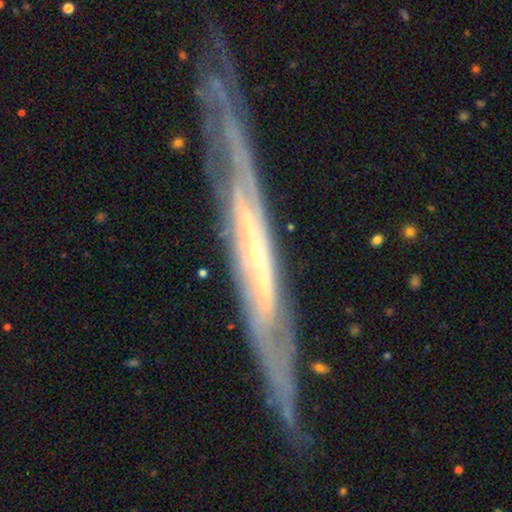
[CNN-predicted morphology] featured or disk 84%, smooth 10%, star or artifact 6%. Down the decision tree: edge-on disk — yes (61%); edge-on bulge — none (60%); merging — none (72%).